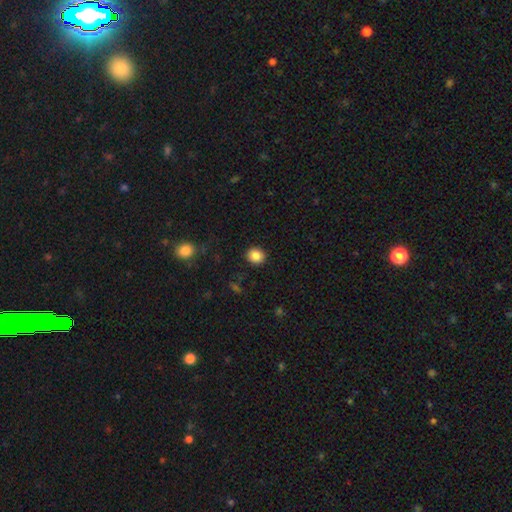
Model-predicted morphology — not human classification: Smooth or featured? smooth (86%)
How rounded? round (80%)
Merging? none (90%)